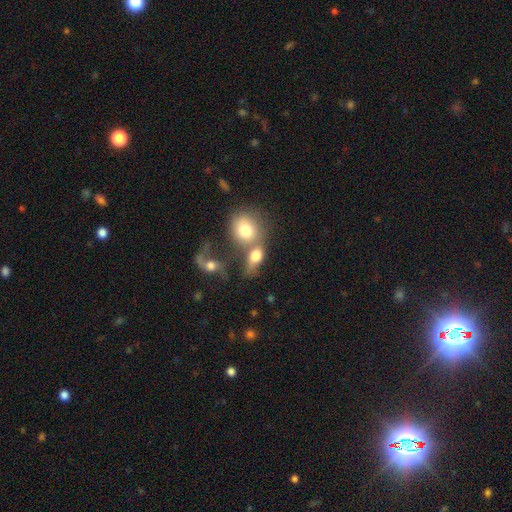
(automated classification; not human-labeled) Overall: smooth (69%). How rounded: in between (64%; round 32%). Merging: merger (56%; none 25%).